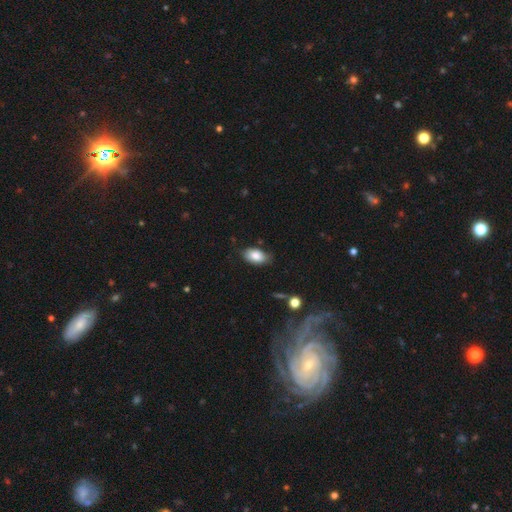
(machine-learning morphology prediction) Smooth or featured? smooth (84%)
How rounded? in between (93%)
Merging? none (75%)